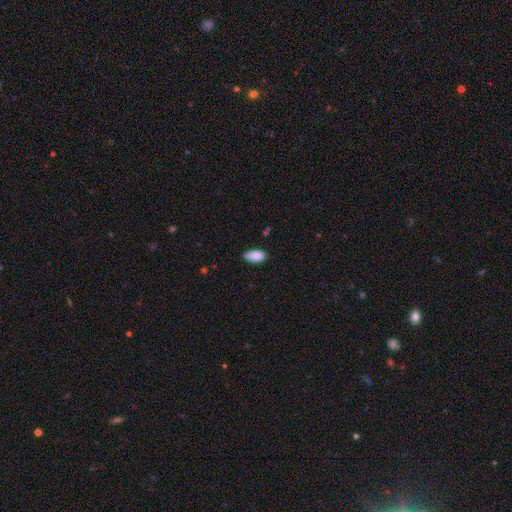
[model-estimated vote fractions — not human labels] This appears to be a smooth galaxy with no disk features (87%) that is in between round and cigar-shaped (91%). Merging: none (66%).